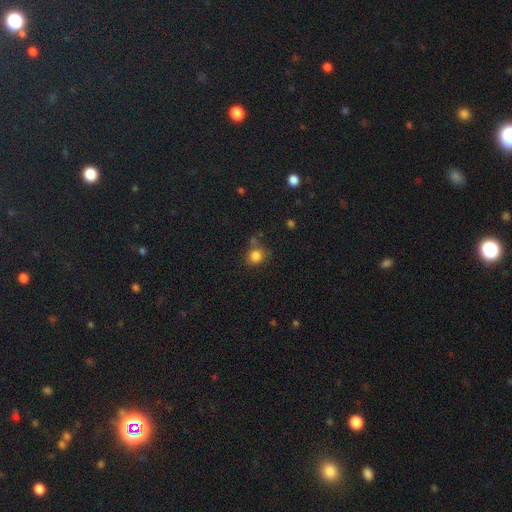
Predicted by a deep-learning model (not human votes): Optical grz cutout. It shows a smooth galaxy with no disk features (83%) that is round (80%). Merging: none (65%).